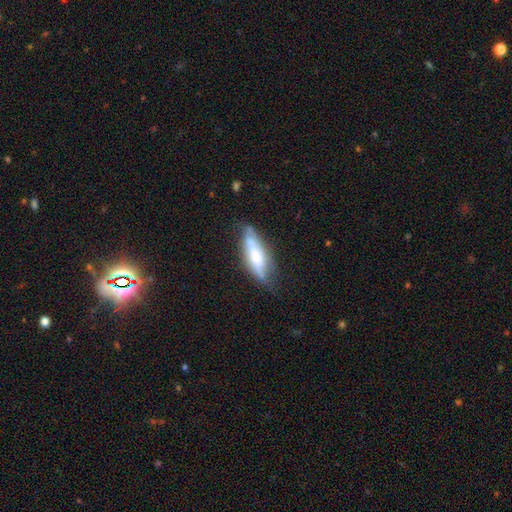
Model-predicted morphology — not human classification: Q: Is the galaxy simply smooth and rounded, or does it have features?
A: smooth — 48%.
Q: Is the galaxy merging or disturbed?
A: none — 62%.